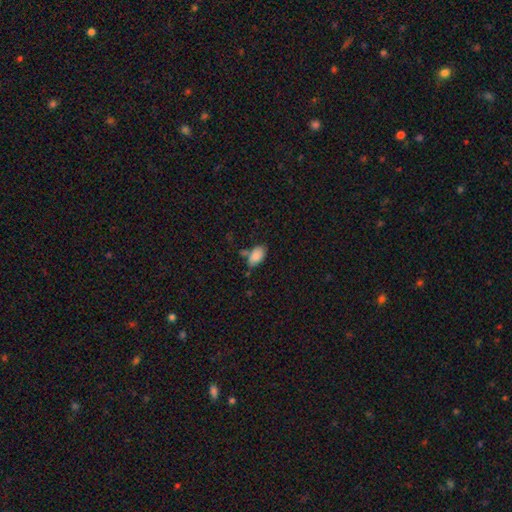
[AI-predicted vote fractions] Smooth or featured: smooth — 87% (star or artifact — 8%)
How rounded: in between — 93% (round — 5%)
Merging: none — 56% (minor disturbance — 22%)